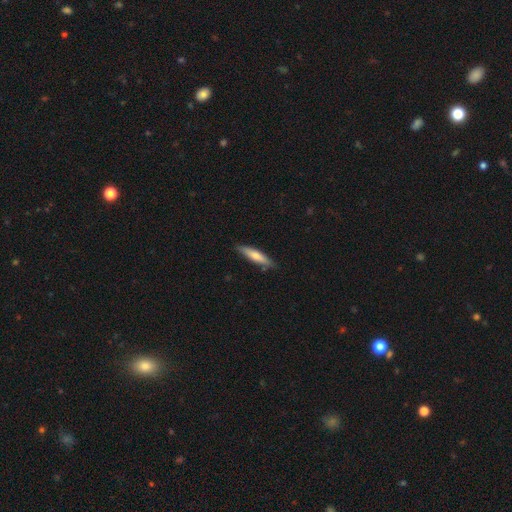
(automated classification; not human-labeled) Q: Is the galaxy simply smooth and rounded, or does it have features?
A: smooth — 68%.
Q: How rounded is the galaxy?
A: cigar-shaped — 81%.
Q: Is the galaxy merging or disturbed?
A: none — 85%.